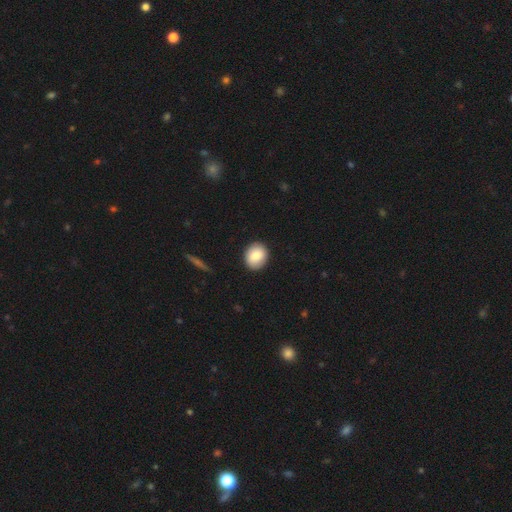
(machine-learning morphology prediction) A smooth galaxy with no disk features (84%) that is round (67%). Merging: none (89%).